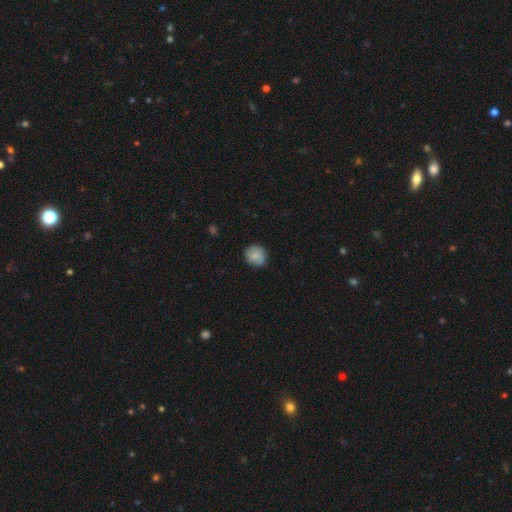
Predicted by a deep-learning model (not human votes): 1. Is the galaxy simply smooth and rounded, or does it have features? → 75% smooth, 17% featured or disk, 8% star or artifact.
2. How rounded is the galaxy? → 83% round, 16% in between, 1% cigar-shaped.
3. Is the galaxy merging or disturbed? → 80% none, 16% minor disturbance, 3% major disturbance, 1% merger.